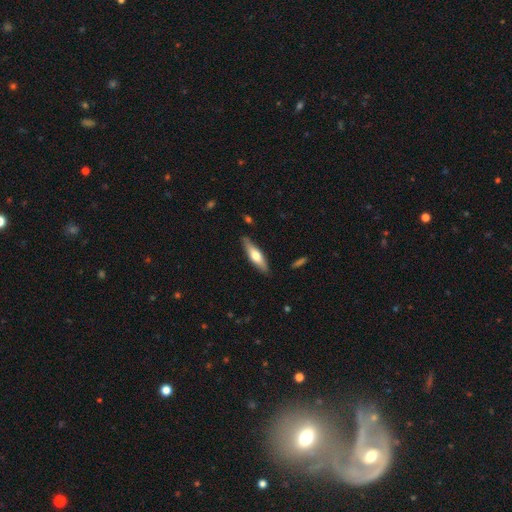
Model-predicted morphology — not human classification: smooth 48%, featured or disk 47%, star or artifact 5%. Down the decision tree: merging — none (85%).